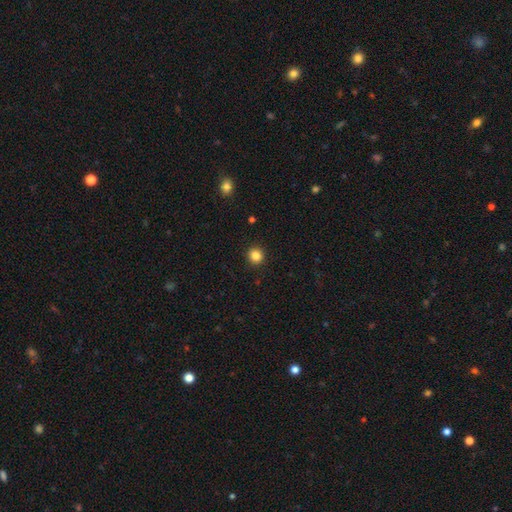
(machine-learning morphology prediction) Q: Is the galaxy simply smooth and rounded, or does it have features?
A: smooth — 85%.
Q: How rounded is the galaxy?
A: round — 93%.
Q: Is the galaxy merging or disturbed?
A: none — 93%.